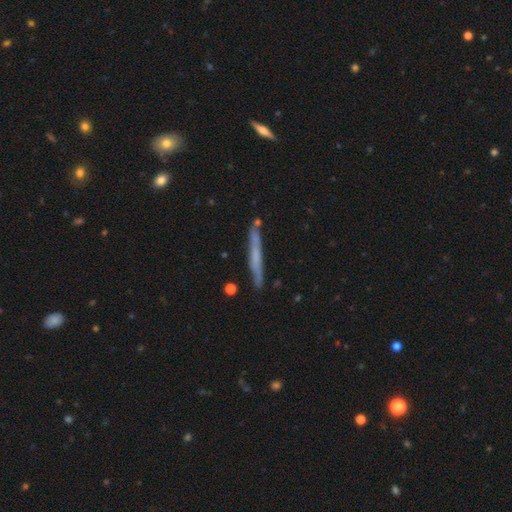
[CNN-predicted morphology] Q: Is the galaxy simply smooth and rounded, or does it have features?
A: smooth — 47%.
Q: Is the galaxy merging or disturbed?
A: none — 83%.